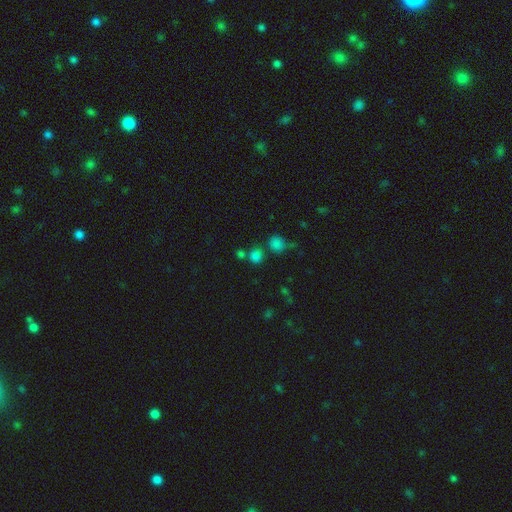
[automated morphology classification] Smooth or featured? Predicted: smooth (p=0.74). How rounded? Predicted: round (p=0.85). Merging? Predicted: none (p=0.66).